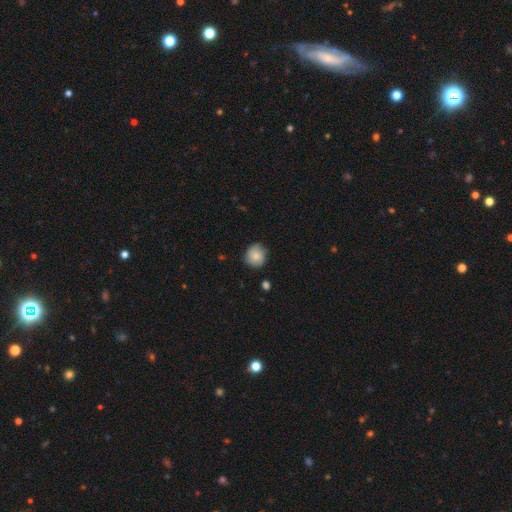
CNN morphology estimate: smooth 82%, featured or disk 10%, star or artifact 7%. Down the decision tree: how rounded — round (87%); merging — none (78%).